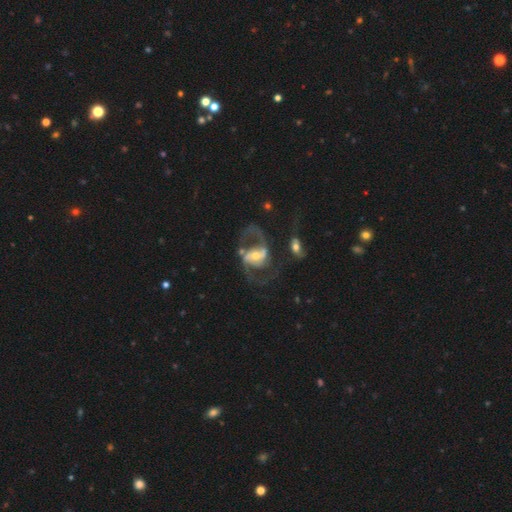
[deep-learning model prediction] smooth-or-featured: featured or disk: 88% | smooth: 7% | star or artifact: 5%
  disk-edge-on: no: 97% | yes: 3%
    bar: weak: 39% | no: 32% | strong: 29%
    has-spiral-arms: yes: 94% | no: 6%
      spiral-winding: medium: 51% | loose: 38% | tight: 11%
      spiral-arm-count: 2: 88% | can't tell: 4% | 1: 4% | 3: 2% | 4: 1% | more than 4: 1%
    bulge-size: moderate: 56% | small: 34% | large: 7% | none: 2% | dominant: 1%
  merging: none: 48% | major disturbance: 24% | minor disturbance: 14% | merger: 14%